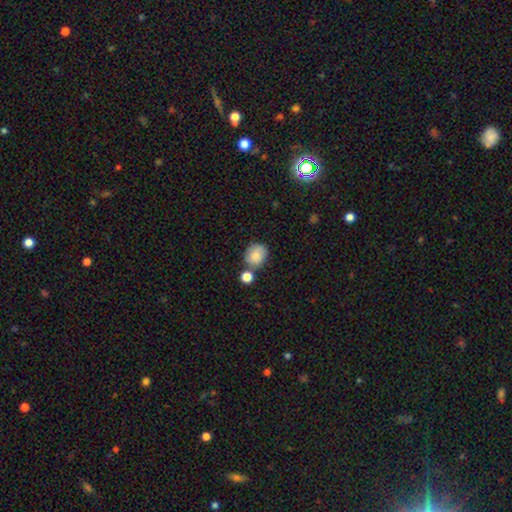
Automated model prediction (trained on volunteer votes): A smooth galaxy with no disk features (79%) that is round (72%). Merging: none (58%).